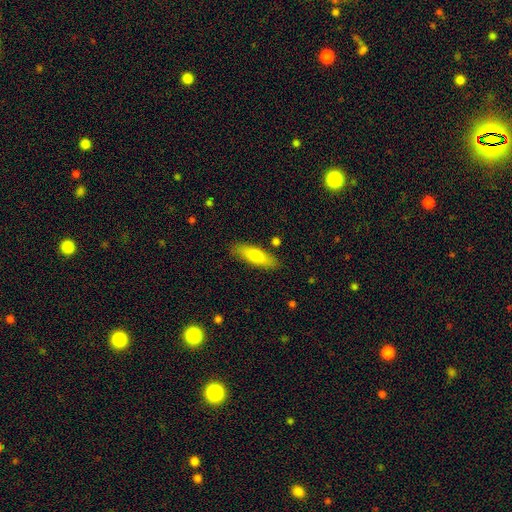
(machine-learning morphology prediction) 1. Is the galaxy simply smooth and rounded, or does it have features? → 72% smooth, 22% featured or disk, 6% star or artifact.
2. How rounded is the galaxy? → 52% cigar-shaped, 46% in between, 2% round.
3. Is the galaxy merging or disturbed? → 85% none, 11% minor disturbance, 2% major disturbance, 2% merger.